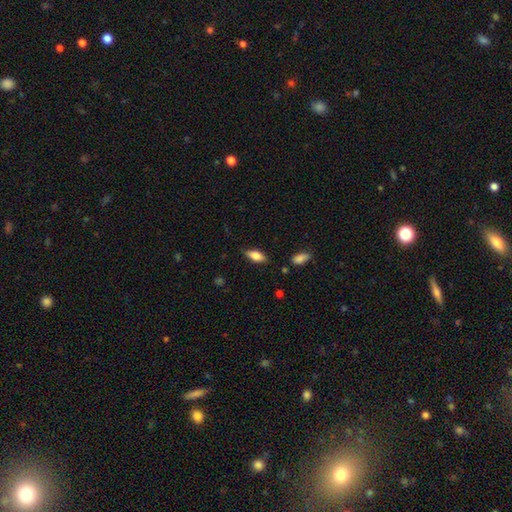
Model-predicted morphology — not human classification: type=smooth (71%); roundness=in between (77%); merging=none (82%).